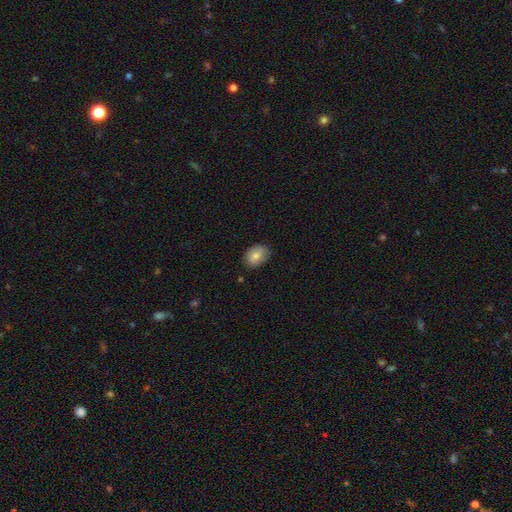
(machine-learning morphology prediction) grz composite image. It shows a smooth galaxy with no disk features (81%) that is in between round and cigar-shaped (80%). Merging: none (81%).